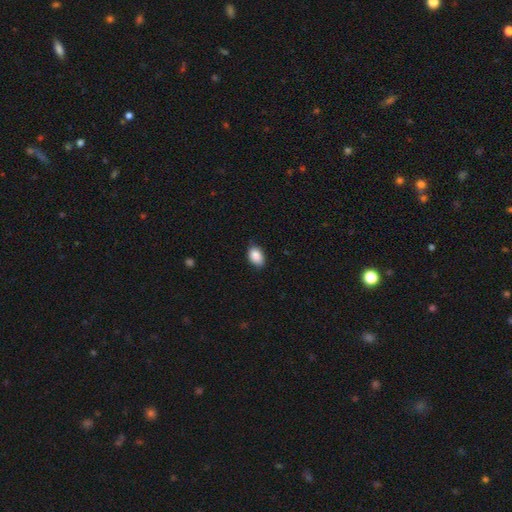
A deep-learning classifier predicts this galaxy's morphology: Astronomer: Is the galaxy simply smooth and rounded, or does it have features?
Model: smooth — 89%.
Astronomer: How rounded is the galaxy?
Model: in between — 87%.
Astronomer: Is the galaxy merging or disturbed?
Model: none — 80%.